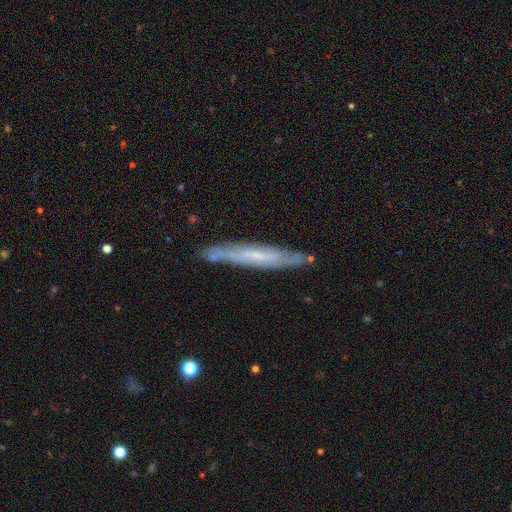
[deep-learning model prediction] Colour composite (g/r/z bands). It shows a featured or disk galaxy (63%) viewed edge-on (77%). Merging: none (82%).